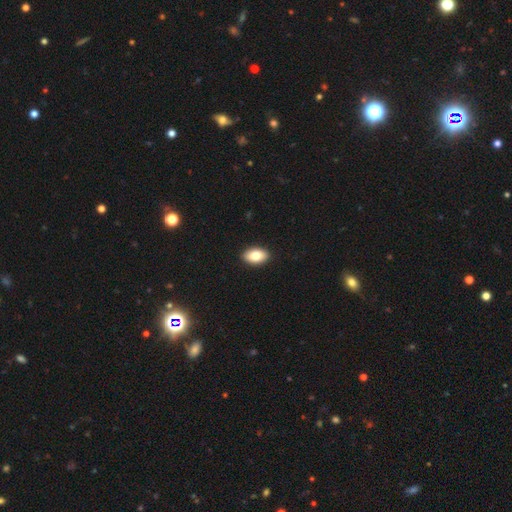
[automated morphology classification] This is clearly a smooth galaxy (82%). How rounded: clearly in between (91%). Merging: clearly none (91%).